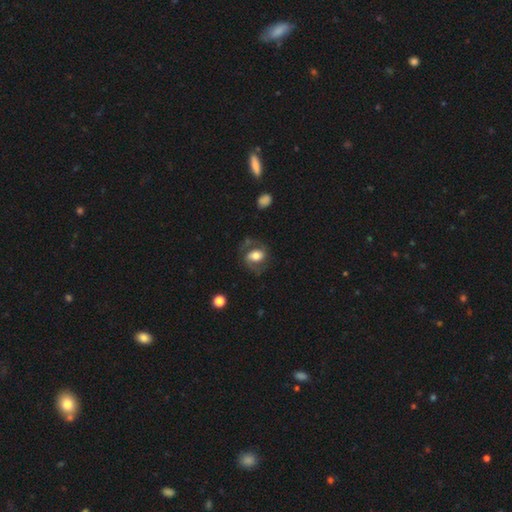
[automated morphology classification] Smooth or featured? Predicted: featured or disk (p=0.52). Edge-on disk? Predicted: no (p=0.96). Merging? Predicted: none (p=0.64).